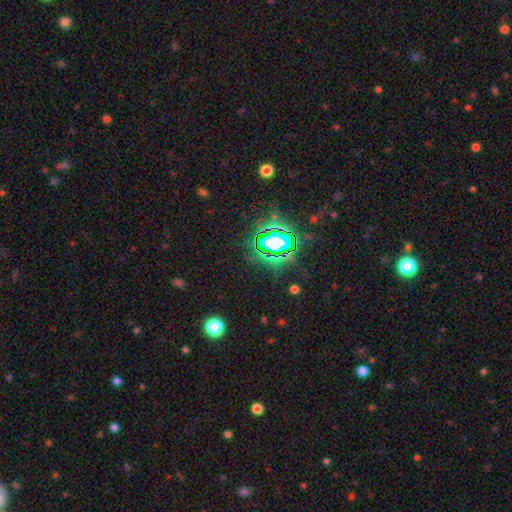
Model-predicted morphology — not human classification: The model was most divided on "smooth or featured": star or artifact: 82%, smooth: 11%, featured or disk: 7%.